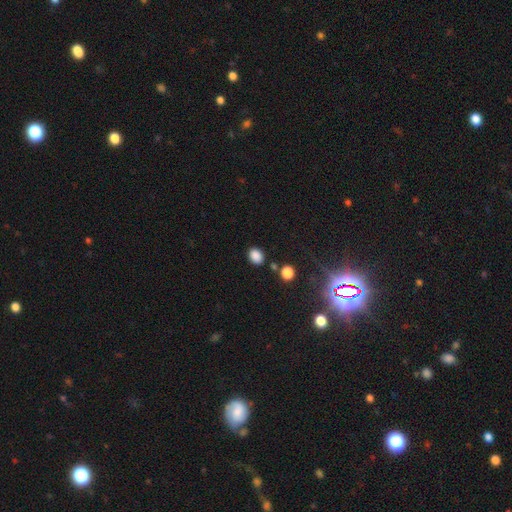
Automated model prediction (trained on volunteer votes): smooth 85%, star or artifact 12%, featured or disk 4%. Down the decision tree: how rounded — in between (65%); merging — none (80%).